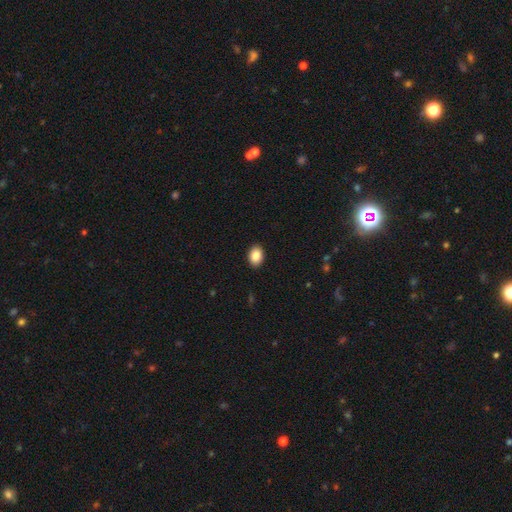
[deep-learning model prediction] Smooth or featured? Predicted: smooth (p=0.86). How rounded? Predicted: in between (p=0.78). Merging? Predicted: none (p=0.91).